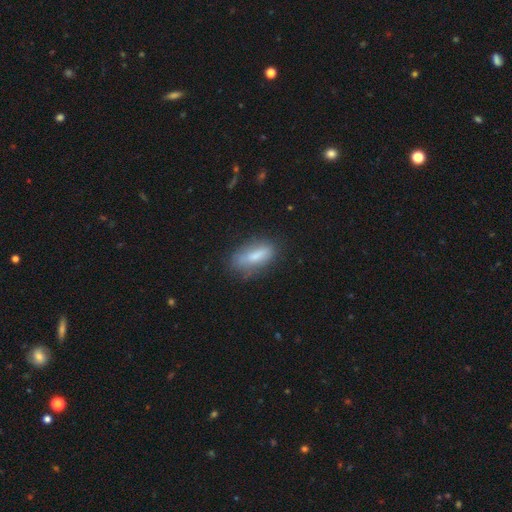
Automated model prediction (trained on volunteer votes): This is likely a smooth galaxy (67%). How rounded: likely in between (71%). Merging: likely none (67%).